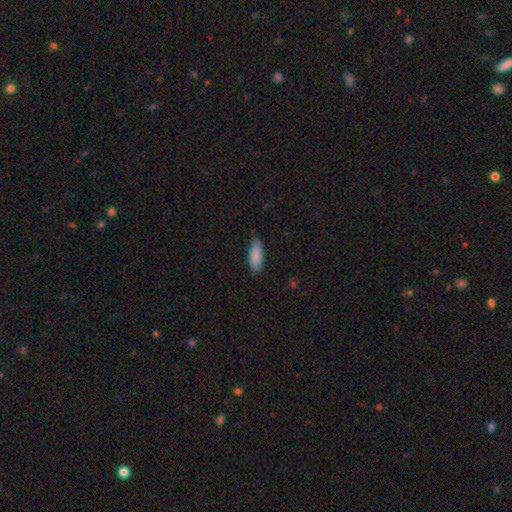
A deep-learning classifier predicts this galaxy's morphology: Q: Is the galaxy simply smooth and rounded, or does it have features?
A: smooth — 86%.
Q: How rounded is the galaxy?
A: in between — 76%.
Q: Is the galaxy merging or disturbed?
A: none — 75%.